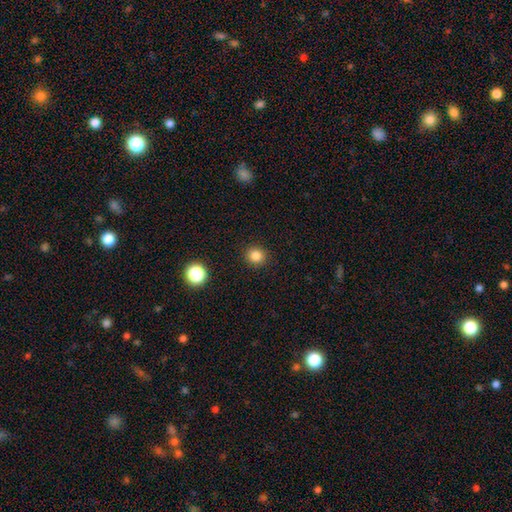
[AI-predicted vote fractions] Overall: smooth (83%). How rounded: round (88%). Merging: none (91%).